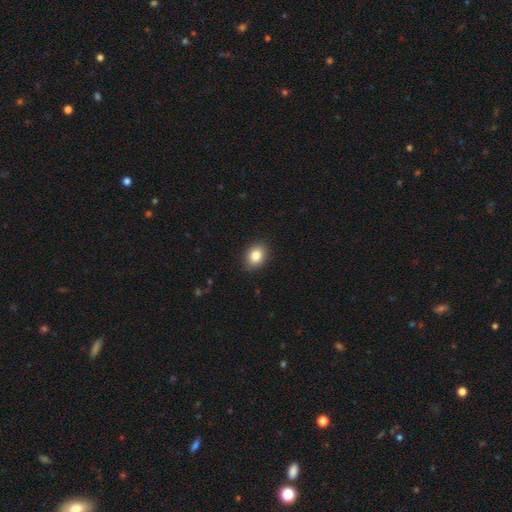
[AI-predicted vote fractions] smooth_or_featured: smooth (p=0.84) [alt: star or artifact p=0.09]
how_rounded: in between (p=0.61) [alt: round p=0.38]
merging: none (p=0.88) [alt: minor disturbance p=0.09]